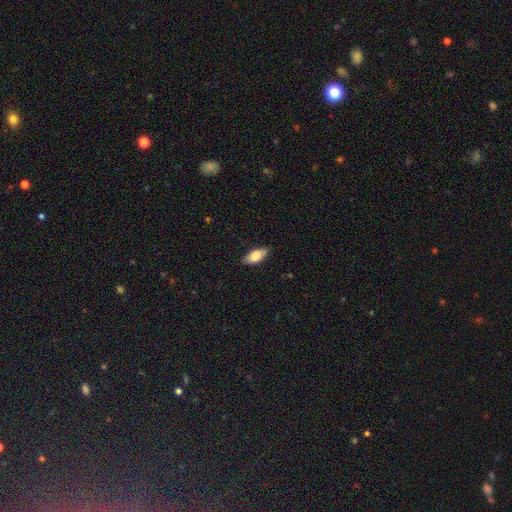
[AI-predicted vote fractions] Morphology: type=smooth (79%); roundness=in between (86%); merging=none (81%).